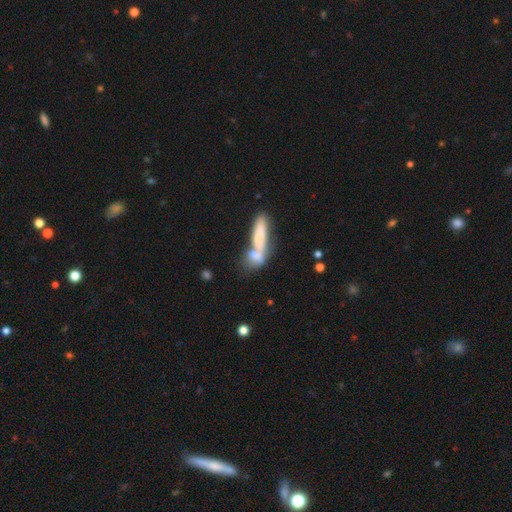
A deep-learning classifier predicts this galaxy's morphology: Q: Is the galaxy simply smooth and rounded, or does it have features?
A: smooth — 71%.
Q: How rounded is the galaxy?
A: cigar-shaped — 49%.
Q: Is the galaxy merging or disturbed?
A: merger — 57%.